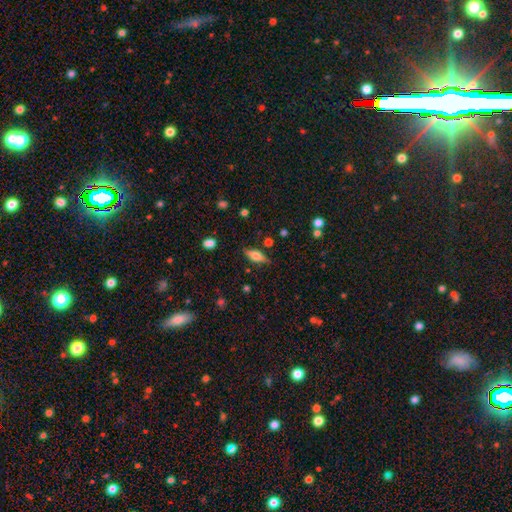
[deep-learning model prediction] smooth 51%, featured or disk 41%, star or artifact 8%. Down the decision tree: how rounded — in between (58%); merging — none (81%).